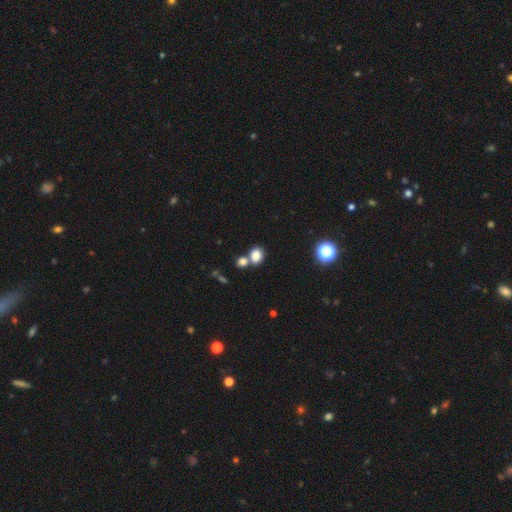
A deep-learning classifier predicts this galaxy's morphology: smooth 81%, star or artifact 13%, featured or disk 6%. Down the decision tree: how rounded — round (53%); merging — none (51%).